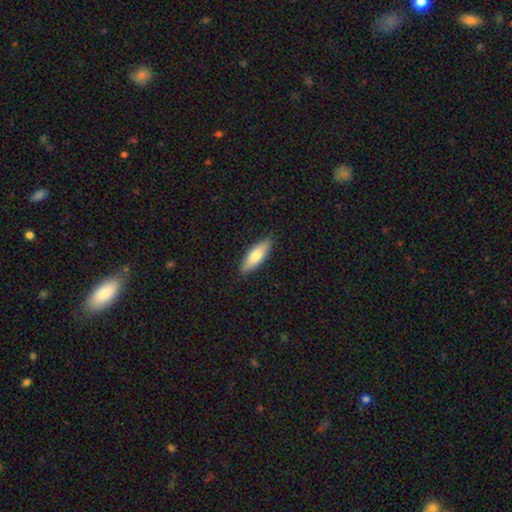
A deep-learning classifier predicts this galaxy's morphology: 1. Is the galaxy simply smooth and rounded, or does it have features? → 72% smooth, 23% featured or disk, 6% star or artifact.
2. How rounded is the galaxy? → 56% in between, 42% cigar-shaped, 2% round.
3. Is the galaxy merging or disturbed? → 88% none, 10% minor disturbance, 2% major disturbance, 1% merger.